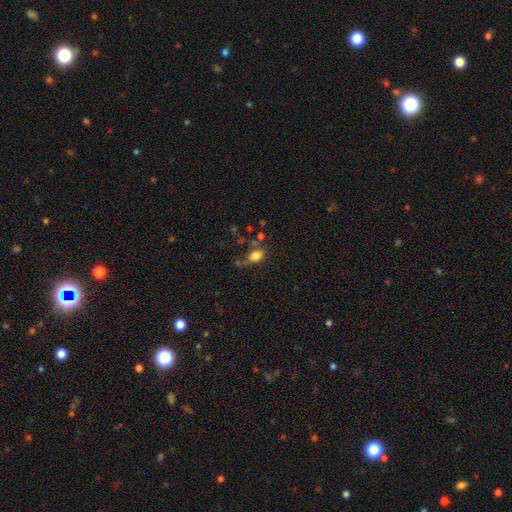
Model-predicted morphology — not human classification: smooth-or-featured: smooth: 80% | star or artifact: 11% | featured or disk: 9%
  how-rounded: in between: 79% | round: 18% | cigar-shaped: 3%
  merging: none: 54% | minor disturbance: 23% | merger: 13% | major disturbance: 10%